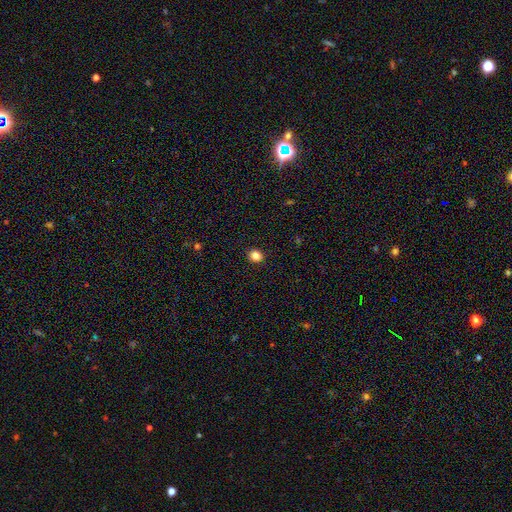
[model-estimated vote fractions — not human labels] Smooth or featured: smooth — 84% (star or artifact — 11%)
How rounded: round — 68% (in between — 31%)
Merging: none — 92% (minor disturbance — 6%)